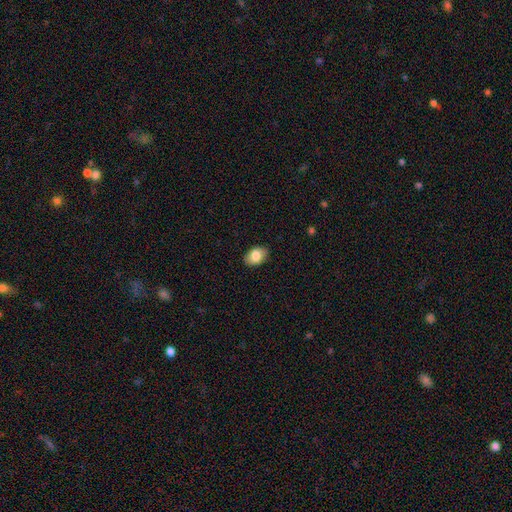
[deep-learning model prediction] This appears to be a smooth galaxy with no disk features (83%) that is in between round and cigar-shaped (84%). Merging: none (87%).